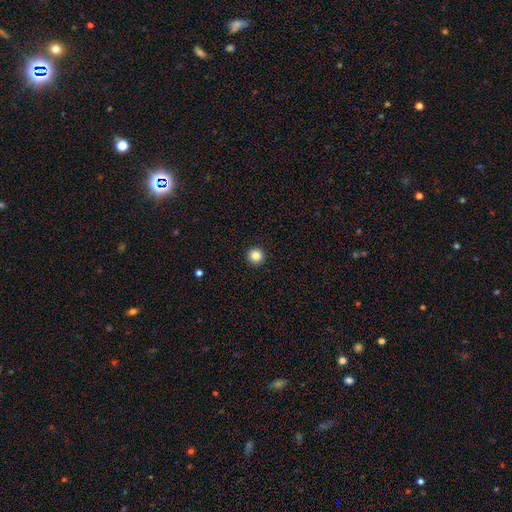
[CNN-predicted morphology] smooth 84%, star or artifact 11%, featured or disk 5%. Down the decision tree: how rounded — round (97%); merging — none (94%).